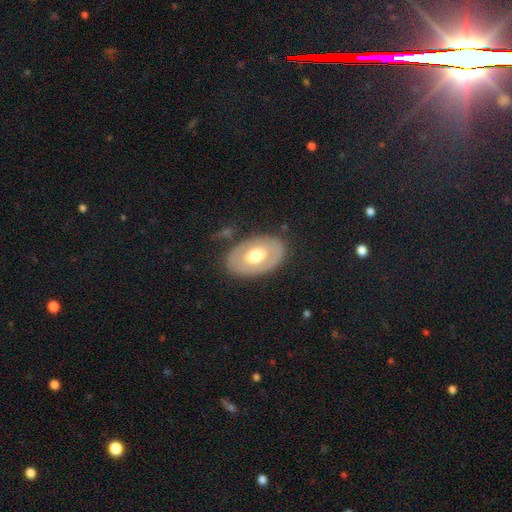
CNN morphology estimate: smooth-or-featured: featured or disk: 48% | smooth: 46% | star or artifact: 5%
  merging: none: 80% | minor disturbance: 13% | major disturbance: 5% | merger: 2%